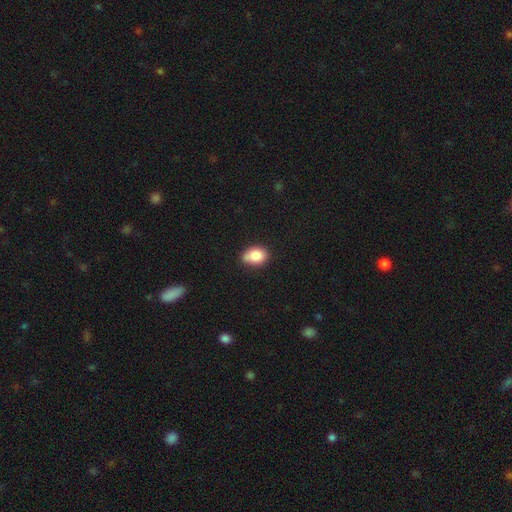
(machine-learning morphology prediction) smooth-or-featured: smooth: 84% | star or artifact: 9% | featured or disk: 7%
  how-rounded: in between: 76% | round: 23% | cigar-shaped: 1%
  merging: none: 69% | minor disturbance: 25% | major disturbance: 4% | merger: 2%